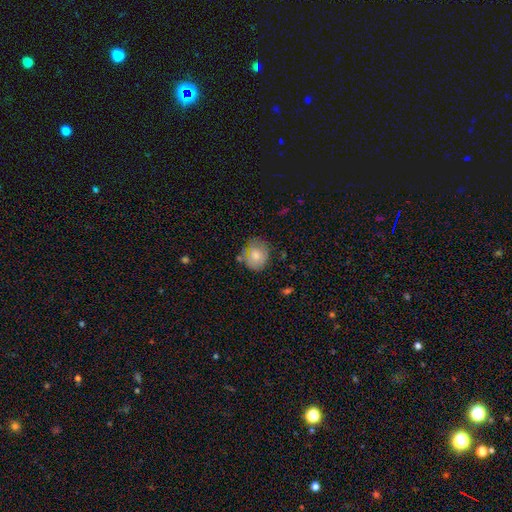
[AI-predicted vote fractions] This appears to be a smooth galaxy with no disk features (75%) that is round (74%). Merging: none (60%).